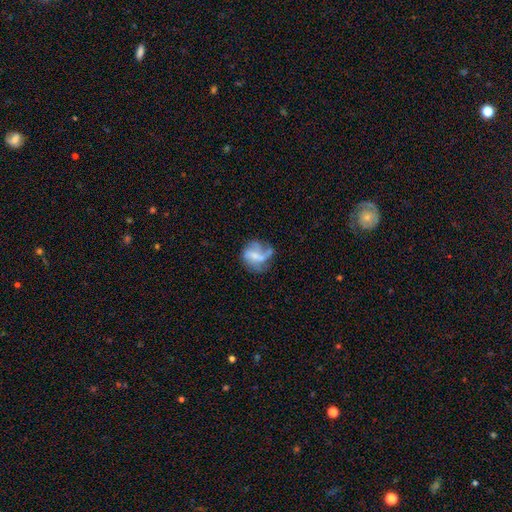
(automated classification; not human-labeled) smooth-or-featured: featured or disk: 55% | smooth: 35% | star or artifact: 10%
  disk-edge-on: no: 97% | yes: 3%
    bar: no: 50% | weak: 36% | strong: 14%
    has-spiral-arms: yes: 64% | no: 36%
    bulge-size: none: 34% | small: 32% | moderate: 26% | large: 6% | dominant: 2%
  merging: none: 40% | major disturbance: 32% | minor disturbance: 22% | merger: 7%